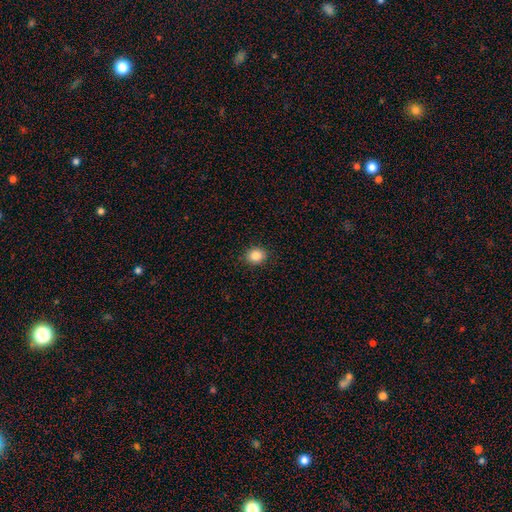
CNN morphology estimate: Smooth or featured? Predicted: smooth (p=0.86). How rounded? Predicted: round (p=0.59). Merging? Predicted: none (p=0.90).